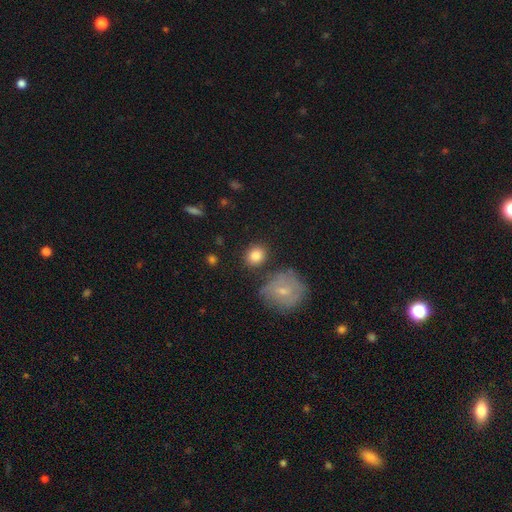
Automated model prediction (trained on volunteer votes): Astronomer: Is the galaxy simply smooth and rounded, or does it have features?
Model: smooth — 84%.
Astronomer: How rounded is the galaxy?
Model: round — 73%.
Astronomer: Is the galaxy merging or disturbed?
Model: none — 80%.